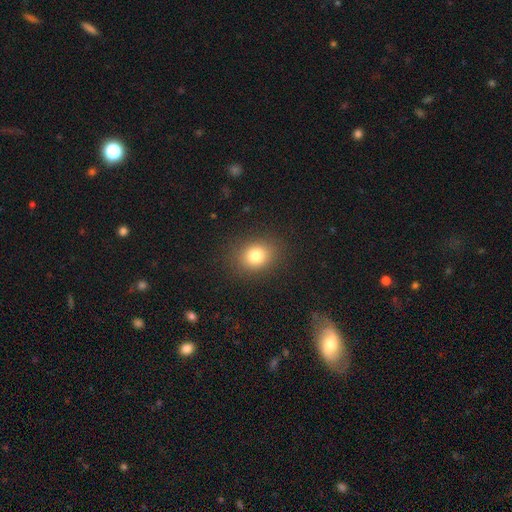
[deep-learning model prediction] This appears to be a smooth galaxy with no disk features (79%) that is round (56%). Merging: none (87%).